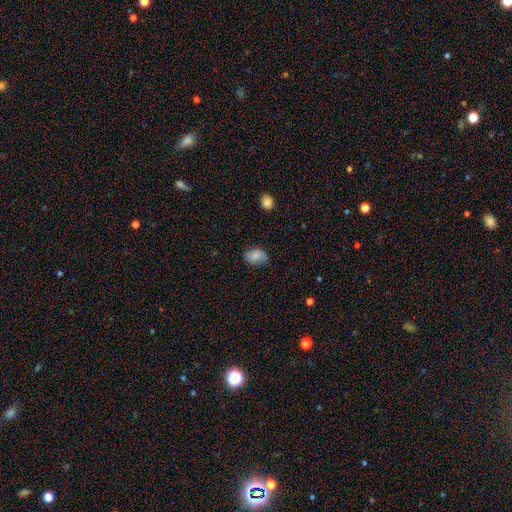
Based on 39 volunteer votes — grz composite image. It shows a smooth galaxy with no disk features (90%) that is in between round and cigar-shaped (86%). Merging: none (89%).